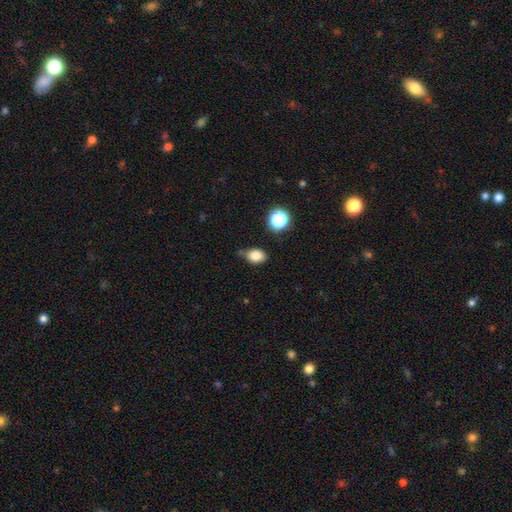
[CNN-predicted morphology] A smooth galaxy with no disk features (82%) that is in between round and cigar-shaped (78%). Merging: none (72%).